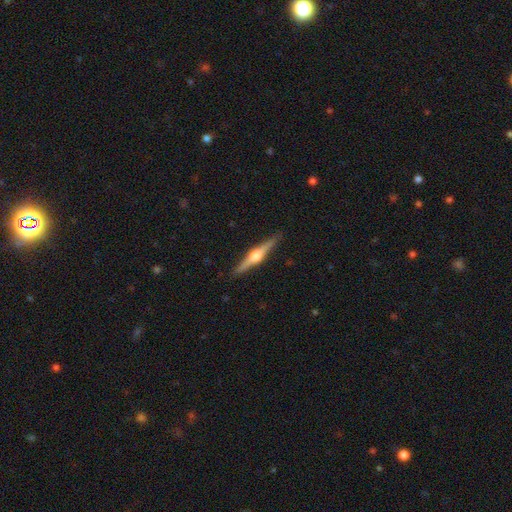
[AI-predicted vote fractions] This is likely a featured or disk galaxy (80%). It is clearly viewed edge-on (98%). Edge-on bulge: clearly rounded (94%). Merging: clearly none (91%).